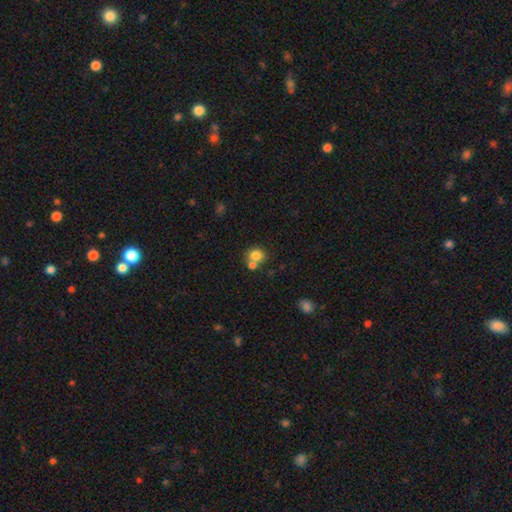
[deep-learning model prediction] Smooth or featured?
  - smooth: 80% *
  - star or artifact: 11%
  - featured or disk: 10%
How rounded?
  - round: 72% *
  - in between: 27%
  - cigar-shaped: 1%
Merging?
  - none: 49% *
  - merger: 39%
  - minor disturbance: 9%
  - major disturbance: 3%